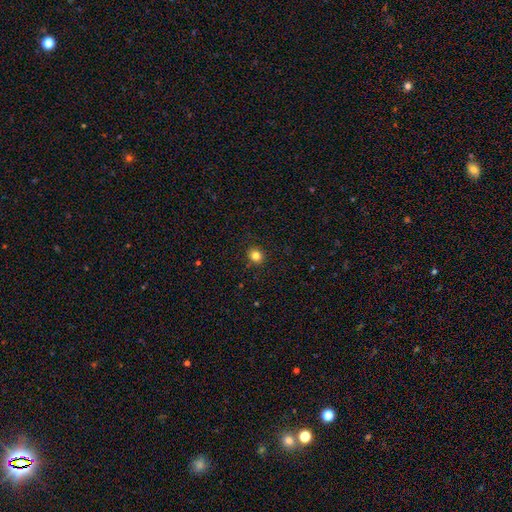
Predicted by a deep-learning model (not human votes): Smooth or featured?
  - smooth: 82% *
  - star or artifact: 13%
  - featured or disk: 5%
How rounded?
  - round: 82% *
  - in between: 17%
  - cigar-shaped: 1%
Merging?
  - none: 91% *
  - minor disturbance: 6%
  - major disturbance: 2%
  - merger: 1%